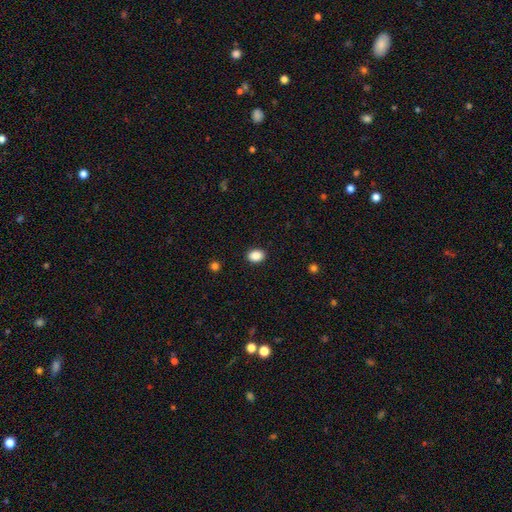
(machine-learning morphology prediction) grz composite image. It shows a smooth galaxy with no disk features (89%) that is in between round and cigar-shaped (68%). Merging: none (90%).